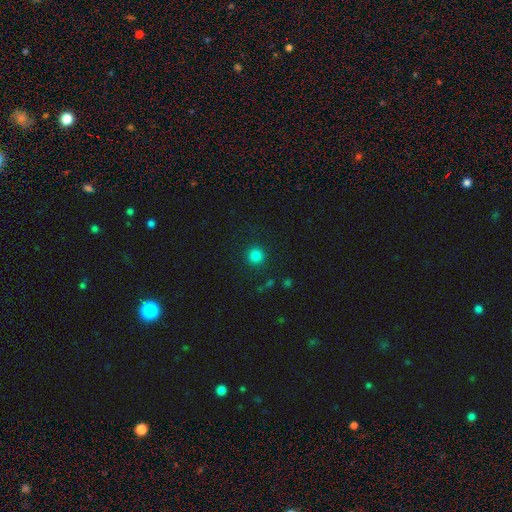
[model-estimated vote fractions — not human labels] Smooth or featured? Predicted: smooth (p=0.83). How rounded? Predicted: round (p=0.94). Merging? Predicted: none (p=0.90).